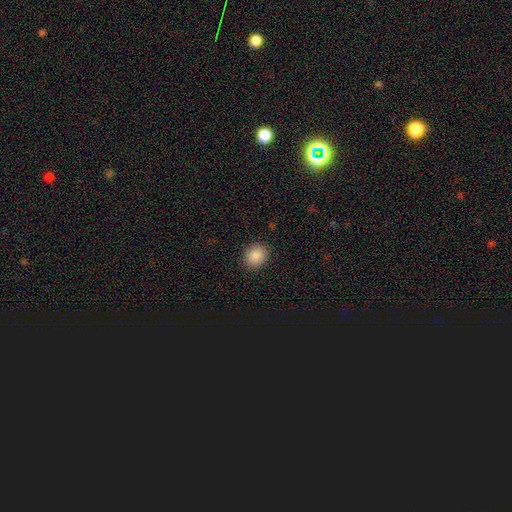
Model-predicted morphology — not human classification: The model was most divided on "how rounded": round: 61%, in between: 38%, cigar-shaped: 1%. More confident: merging — none (89%); smooth or featured — smooth (89%).